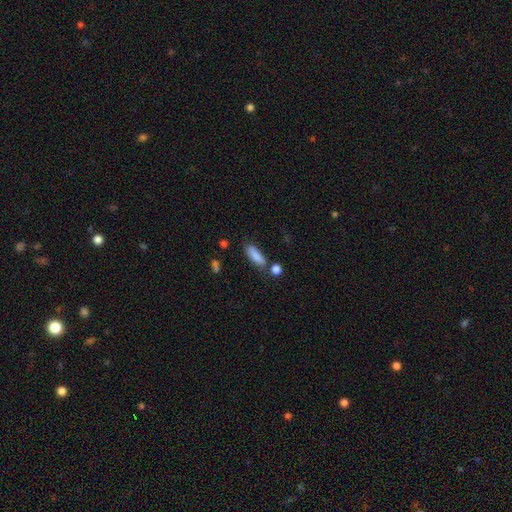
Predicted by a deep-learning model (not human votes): smooth-or-featured: smooth: 84% | featured or disk: 8% | star or artifact: 7%
  how-rounded: in between: 55% | cigar-shaped: 42% | round: 3%
  merging: none: 71% | minor disturbance: 16% | merger: 9% | major disturbance: 4%